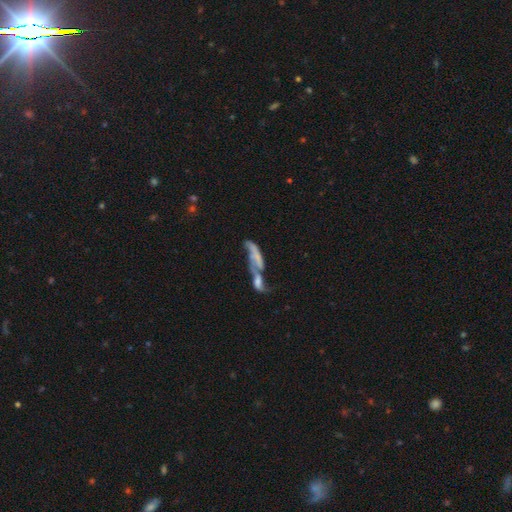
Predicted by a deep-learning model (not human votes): A featured or disk galaxy (50%). Merging: merger (70%).